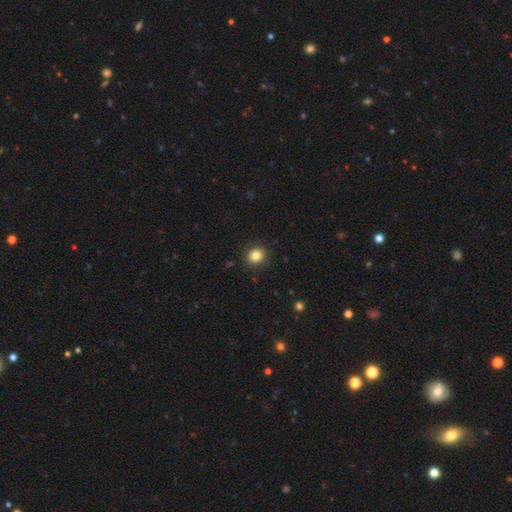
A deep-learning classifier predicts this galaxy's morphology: smooth-or-featured: smooth: 83% | star or artifact: 11% | featured or disk: 6%
  how-rounded: round: 81% | in between: 18% | cigar-shaped: 1%
  merging: none: 90% | minor disturbance: 7% | major disturbance: 2% | merger: 1%